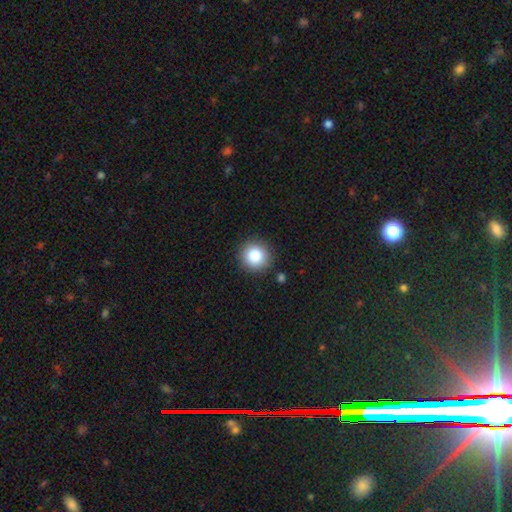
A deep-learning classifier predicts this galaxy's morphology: smooth_or_featured: smooth (p=0.85) [alt: star or artifact p=0.10]
how_rounded: round (p=0.94) [alt: in between p=0.05]
merging: none (p=0.89) [alt: minor disturbance p=0.07]